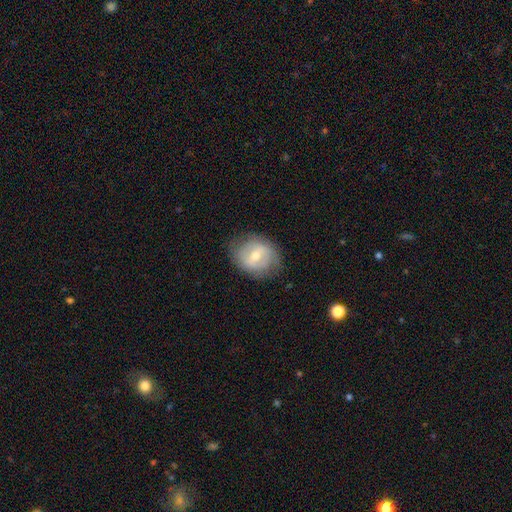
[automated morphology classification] Smooth or featured?
  - featured or disk: 52% *
  - smooth: 41%
  - star or artifact: 7%
Edge-on disk?
  - no: 95% *
  - yes: 5%
Merging?
  - none: 75% *
  - minor disturbance: 18%
  - major disturbance: 7%
  - merger: 1%